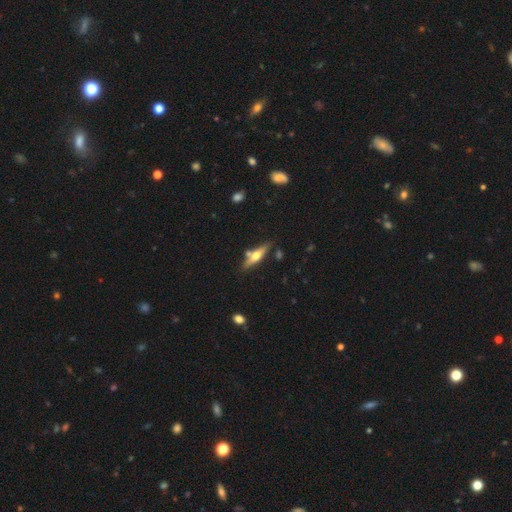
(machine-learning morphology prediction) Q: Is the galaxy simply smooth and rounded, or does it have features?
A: featured or disk — 57%.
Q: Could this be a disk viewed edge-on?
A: yes — 93%.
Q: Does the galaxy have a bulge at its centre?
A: rounded — 92%.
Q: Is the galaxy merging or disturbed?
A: none — 75%.